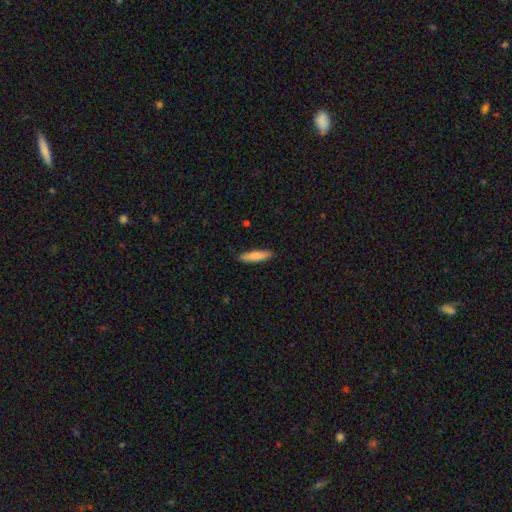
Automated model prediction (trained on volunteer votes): Q: Smooth or featured?
A: smooth (79%); runner-up: featured or disk (15%)
Q: How rounded?
A: cigar-shaped (78%); runner-up: in between (21%)
Q: Merging?
A: none (88%); runner-up: minor disturbance (9%)